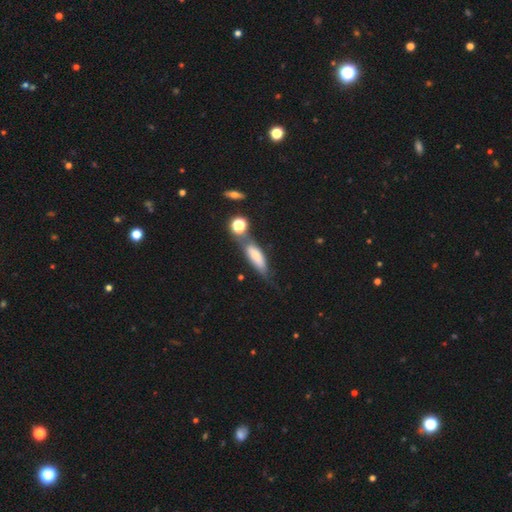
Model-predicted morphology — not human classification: smooth_or_featured: smooth (p=0.68) [alt: featured or disk p=0.23]
how_rounded: in between (p=0.52) [alt: cigar-shaped p=0.45]
merging: none (p=0.43) [alt: minor disturbance p=0.24]